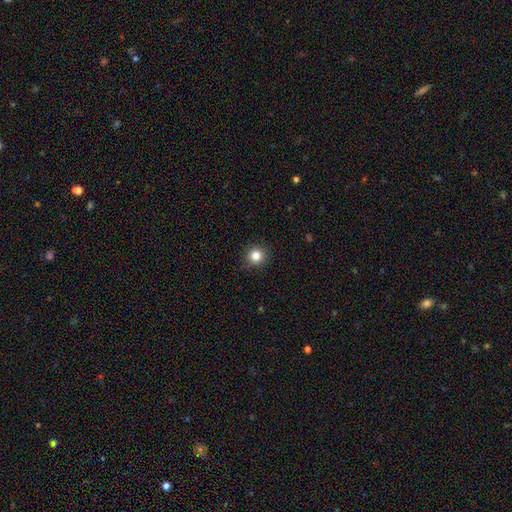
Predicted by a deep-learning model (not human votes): Smooth or featured? Predicted: smooth (p=0.84). How rounded? Predicted: round (p=0.92). Merging? Predicted: none (p=0.90).